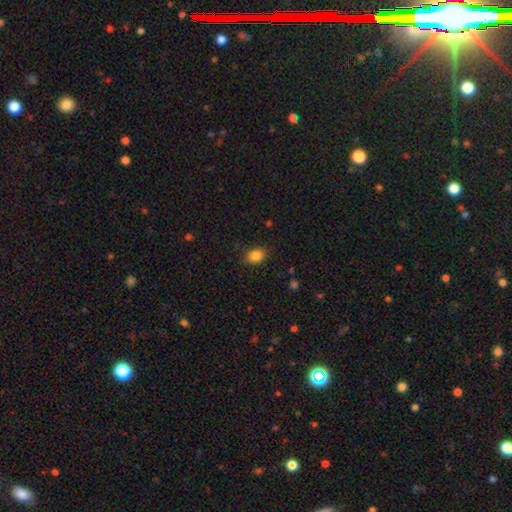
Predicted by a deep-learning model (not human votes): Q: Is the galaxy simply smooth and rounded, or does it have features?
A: smooth — 86%.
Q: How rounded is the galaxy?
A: in between — 58%.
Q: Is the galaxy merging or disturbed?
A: none — 83%.